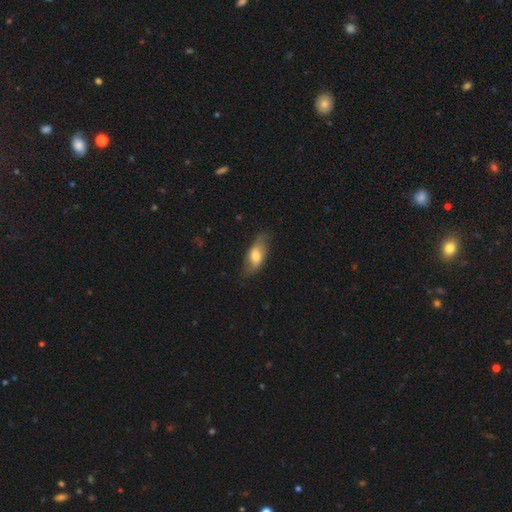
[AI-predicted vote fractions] Smooth or featured: smooth — 66% (featured or disk — 27%)
How rounded: in between — 83% (cigar-shaped — 13%)
Merging: none — 73% (minor disturbance — 21%)